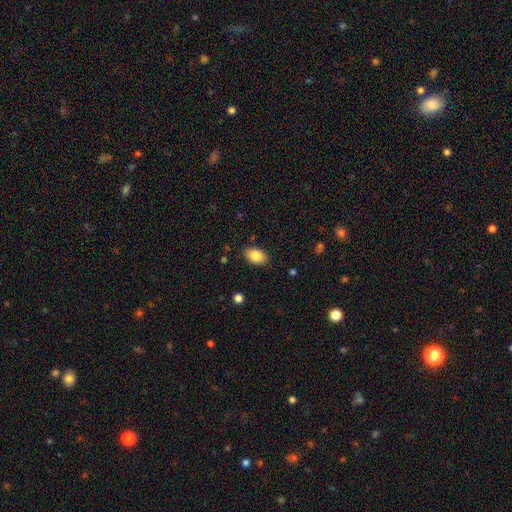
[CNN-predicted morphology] smooth_or_featured: smooth (p=0.87) [alt: star or artifact p=0.07]
how_rounded: in between (p=0.88) [alt: round p=0.10]
merging: none (p=0.86) [alt: minor disturbance p=0.10]